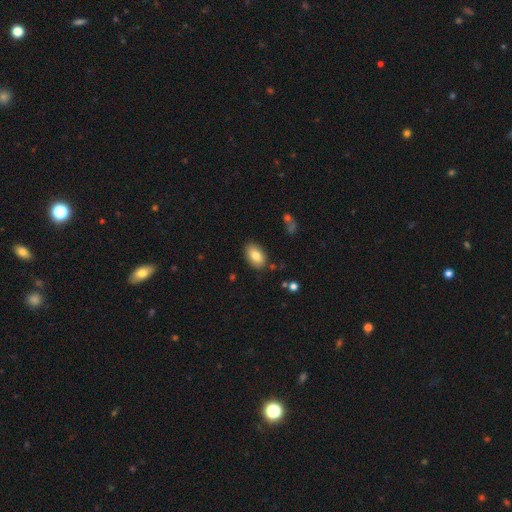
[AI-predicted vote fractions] Smooth or featured: smooth — 81% (featured or disk — 11%)
How rounded: in between — 91% (round — 8%)
Merging: none — 84% (minor disturbance — 11%)